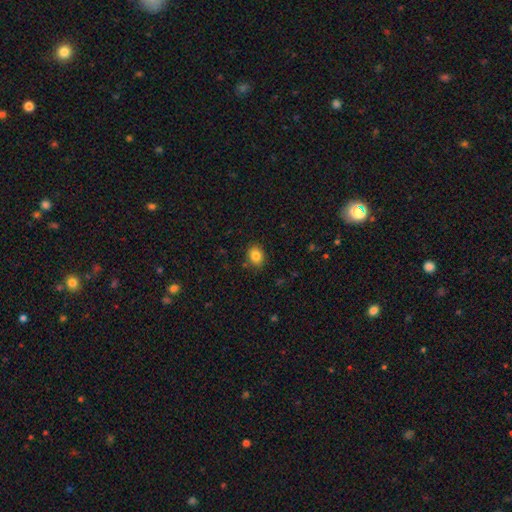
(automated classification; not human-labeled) This appears to be a smooth galaxy with no disk features (84%) that is in between round and cigar-shaped (52%). Merging: none (85%).